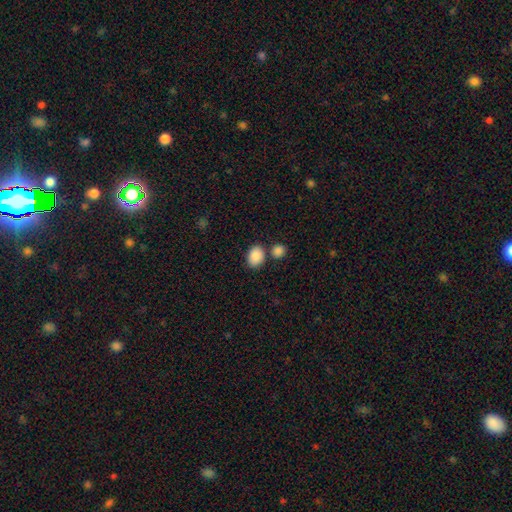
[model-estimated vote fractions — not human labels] smooth 88%, star or artifact 8%, featured or disk 4%. Down the decision tree: how rounded — in between (68%); merging — none (71%).